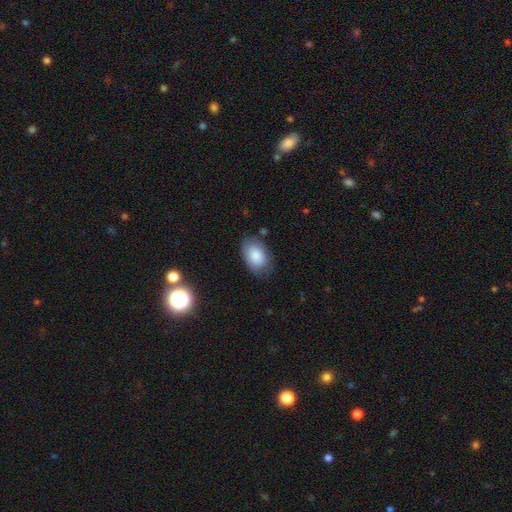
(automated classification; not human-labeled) Morphology: type=smooth (83%); roundness=in between (89%); merging=none (76%).